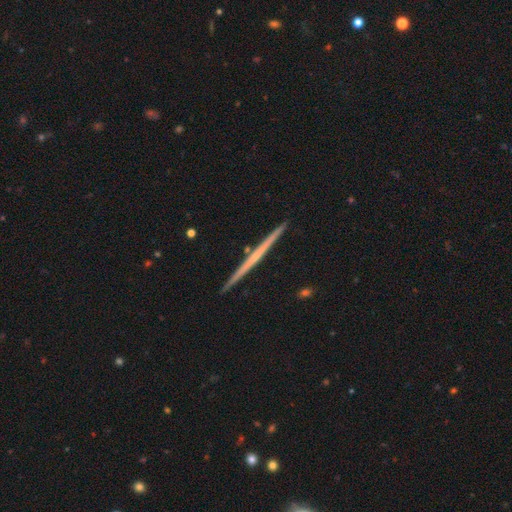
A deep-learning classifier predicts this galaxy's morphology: Overall: featured or disk (65%; smooth 30%). Edge-on disk: yes (98%). Edge-on bulge: none (84%). Merging: none (92%).